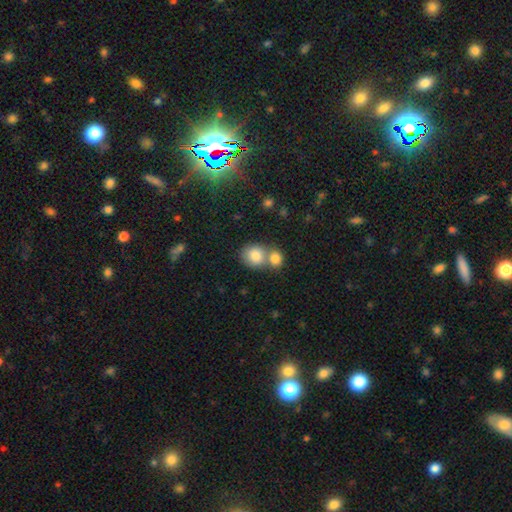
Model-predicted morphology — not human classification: This appears to be a smooth galaxy with no disk features (81%) that is round (74%). Merging: merger (52%).